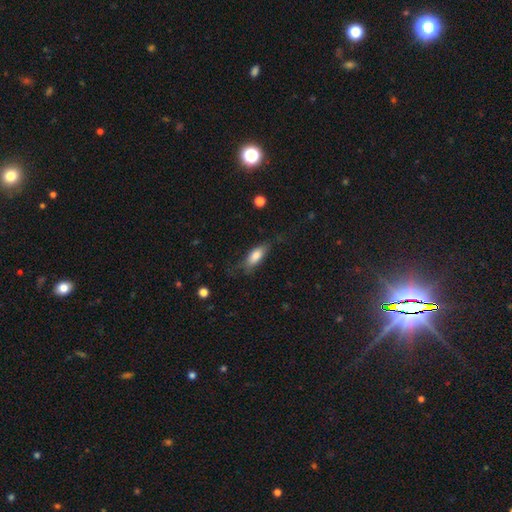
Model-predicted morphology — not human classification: type=smooth (78%); roundness=in between (71%); merging=none (64%).